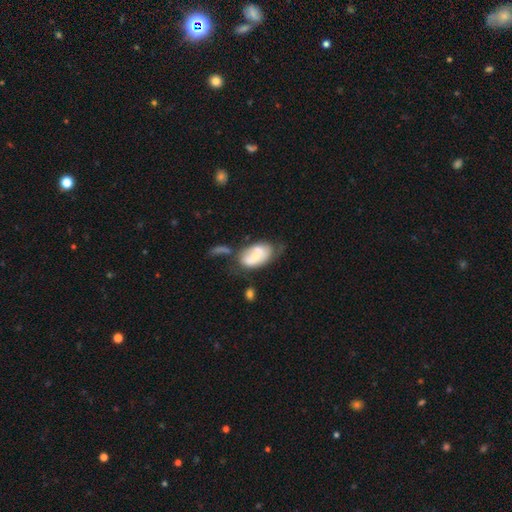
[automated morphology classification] featured or disk 47% (tied), smooth 47% (tied), star or artifact 6%. Down the decision tree: merging — none (33%).